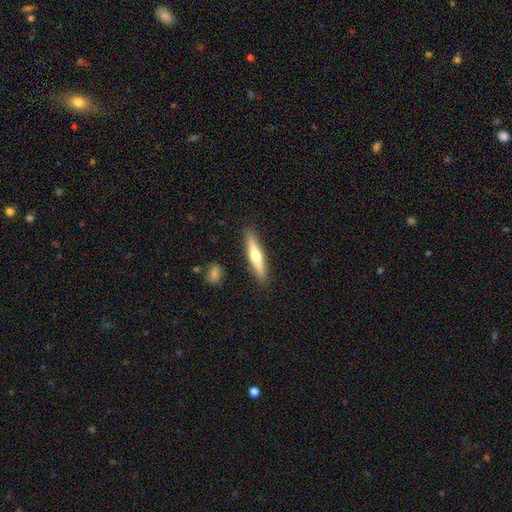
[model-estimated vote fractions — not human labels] The model was most divided on "smooth or featured": featured or disk: 48%, smooth: 46%, star or artifact: 6%. More confident: merging — none (89%).